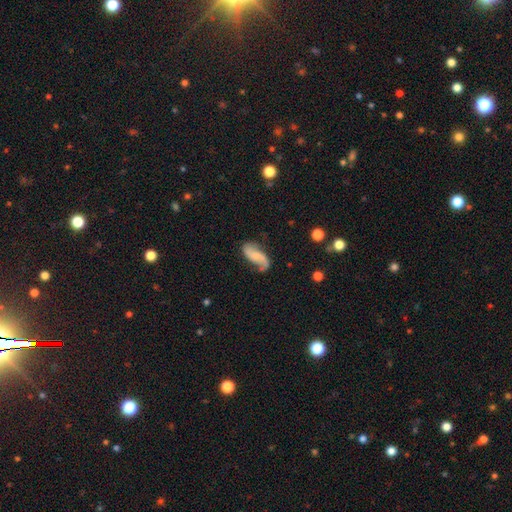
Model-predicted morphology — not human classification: This is likely a featured or disk galaxy (68%). It is clearly not viewed edge-on (95%). Bar: possibly no (56%). Spiral arm pattern: clearly yes (93%). Spiral arm count: clearly 2 (83%). Spiral winding: likely loose (65%). Central bulge: marginally small (38%). Merging: likely none (61%).